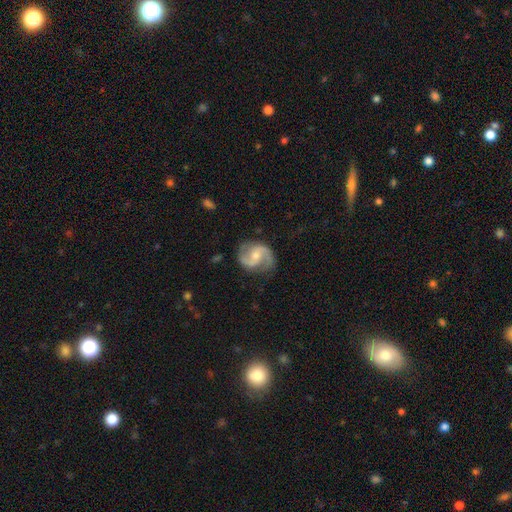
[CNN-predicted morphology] Q: Smooth or featured?
A: featured or disk (89%); runner-up: smooth (7%)
Q: Edge-on disk?
A: no (98%); runner-up: yes (2%)
Q: Bar?
A: no (46%); runner-up: weak (44%)
Q: Spiral arms?
A: yes (98%); runner-up: no (2%)
Q: Spiral winding?
A: medium (56%); runner-up: loose (28%)
Q: Spiral arm count?
A: 2 (93%); runner-up: can't tell (2%)
Q: Bulge size?
A: moderate (52%); runner-up: small (41%)
Q: Merging?
A: none (80%); runner-up: minor disturbance (14%)